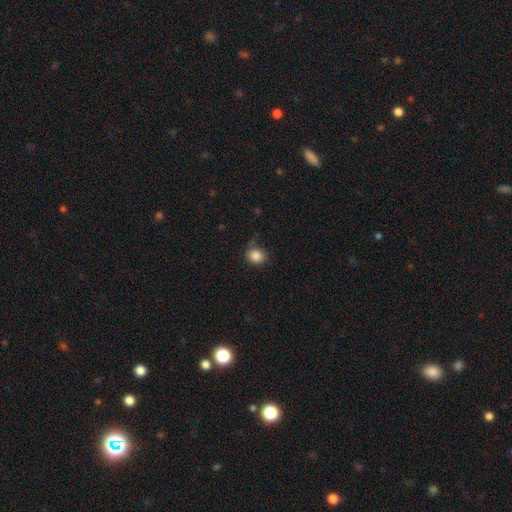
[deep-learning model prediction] This appears to be a smooth galaxy with no disk features (86%) that is round (75%). Merging: none (64%).